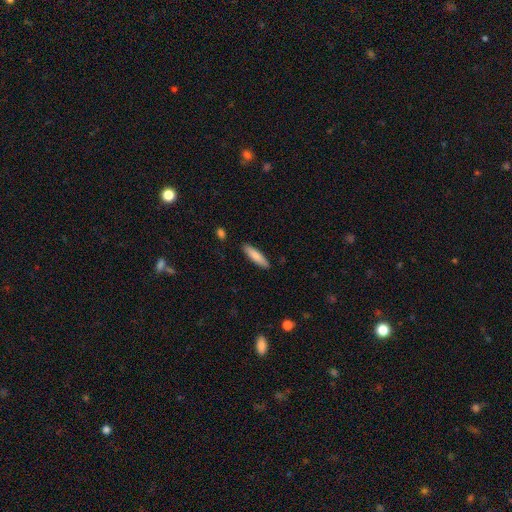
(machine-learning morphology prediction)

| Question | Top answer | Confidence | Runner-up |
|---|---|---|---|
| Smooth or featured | smooth | 82% | featured or disk (13%) |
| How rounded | cigar-shaped | 77% | in between (21%) |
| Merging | none | 89% | minor disturbance (8%) |